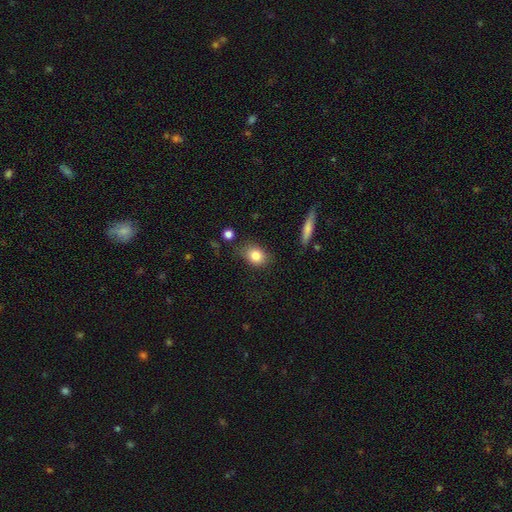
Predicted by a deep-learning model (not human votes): Overall: smooth (82%). How rounded: in between (59%; round 39%). Merging: none (77%).